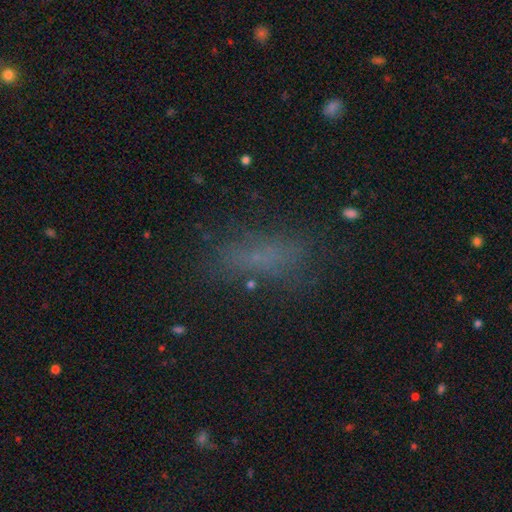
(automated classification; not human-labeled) A smooth galaxy with no disk features (59%) that is in between round and cigar-shaped (58%).

Vote fractions:
- Smooth or featured? smooth: 59% / star or artifact: 22% / featured or disk: 19%
- How rounded? in between: 58% / cigar-shaped: 37% / round: 5%
- Merging? none: 64% / minor disturbance: 19% / major disturbance: 14% / merger: 3%